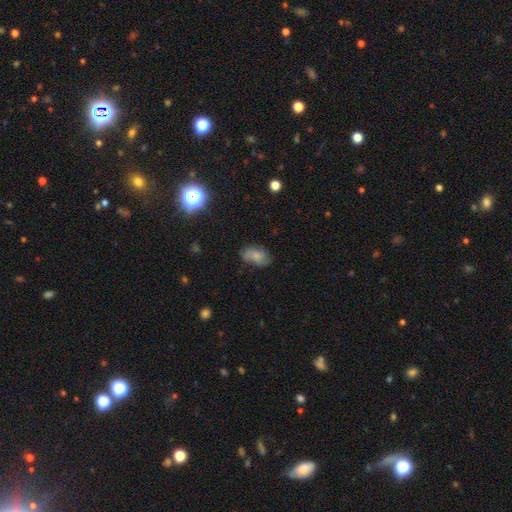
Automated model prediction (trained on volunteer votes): Overall: smooth (69%). How rounded: in between (88%). Merging: none (59%; minor disturbance 29%).